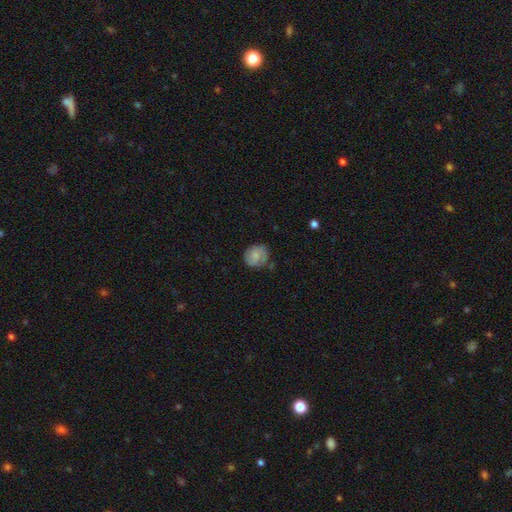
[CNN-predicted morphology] The model was most divided on "smooth or featured": smooth: 65%, featured or disk: 27%, star or artifact: 8%. More confident: how rounded — round (81%); merging — none (65%).